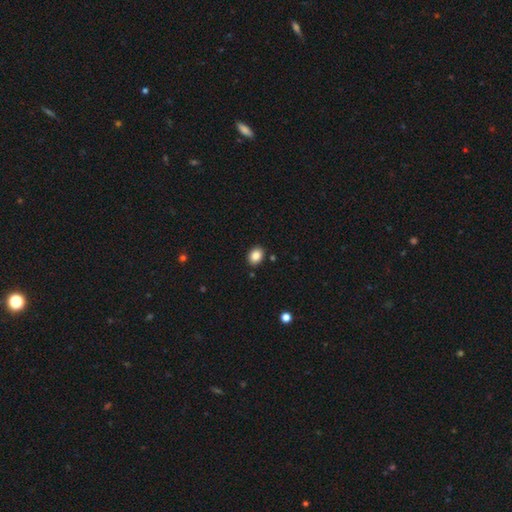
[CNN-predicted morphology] This appears to be a smooth galaxy with no disk features (87%) that is in between round and cigar-shaped (64%). Merging: none (89%).